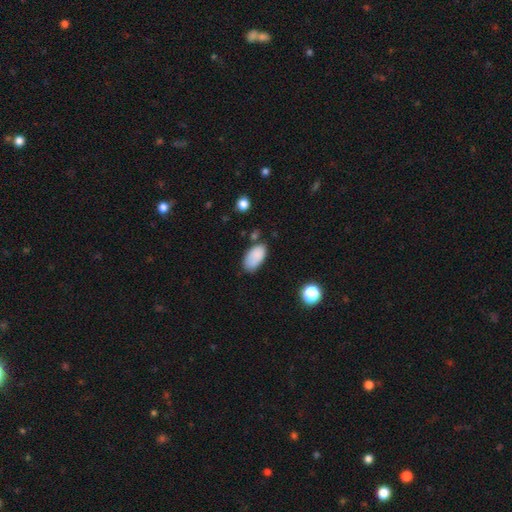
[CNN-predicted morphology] smooth 84%, star or artifact 8%, featured or disk 7%. Down the decision tree: how rounded — in between (94%); merging — none (65%).